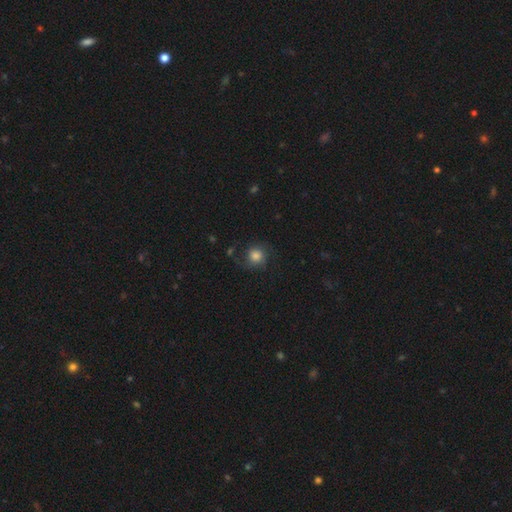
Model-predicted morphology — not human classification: type=smooth (64%); roundness=round (86%); merging=none (66%).